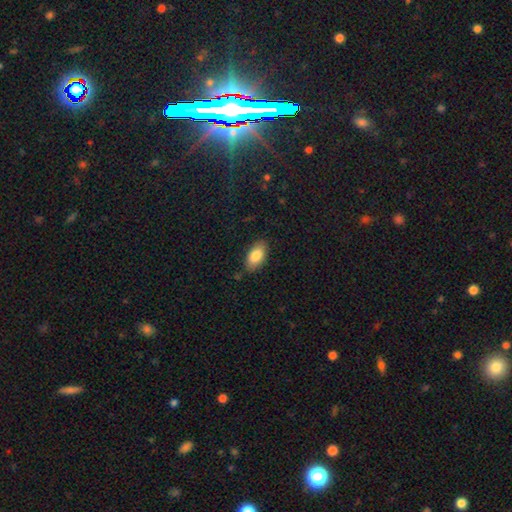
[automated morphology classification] smooth-or-featured: smooth: 83% | featured or disk: 10% | star or artifact: 7%
  how-rounded: in between: 92% | cigar-shaped: 4% | round: 3%
  merging: none: 82% | minor disturbance: 13% | major disturbance: 3% | merger: 2%